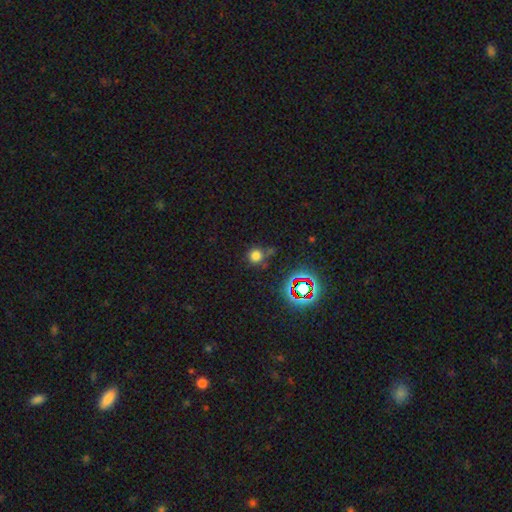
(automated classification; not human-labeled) Smooth or featured: smooth — 70% (star or artifact — 23%)
How rounded: round — 92% (in between — 7%)
Merging: none — 71% (minor disturbance — 15%)